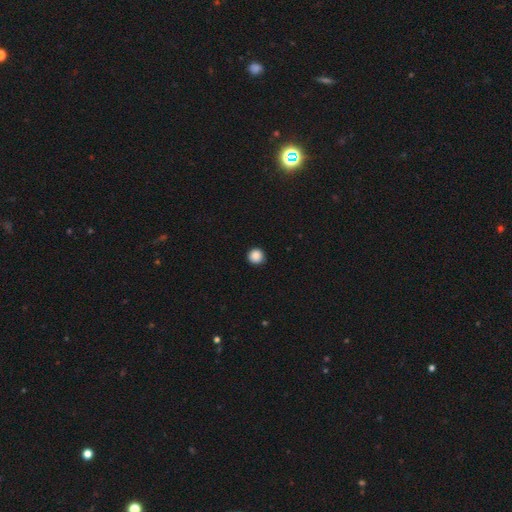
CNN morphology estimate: This appears to be a smooth galaxy with no disk features (87%) that is round (96%). Merging: none (92%).